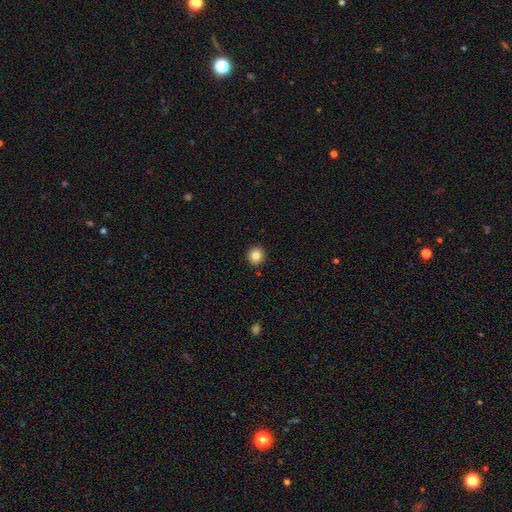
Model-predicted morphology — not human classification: Smooth or featured: smooth — 84% (star or artifact — 10%)
How rounded: round — 92% (in between — 8%)
Merging: none — 92% (minor disturbance — 5%)